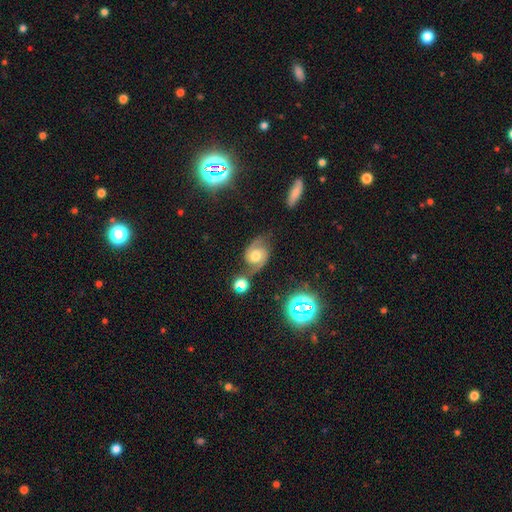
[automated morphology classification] smooth-or-featured: featured or disk: 73% | smooth: 15% | star or artifact: 12%
  disk-edge-on: no: 97% | yes: 3%
    bar: no: 65% | weak: 29% | strong: 6%
    has-spiral-arms: yes: 94% | no: 6%
      spiral-winding: medium: 52% | loose: 27% | tight: 21%
      spiral-arm-count: 2: 91% | can't tell: 4% | 1: 2% | 3: 1% | 4: 1% | more than 4: 1%
    bulge-size: moderate: 66% | large: 19% | small: 10% | none: 3% | dominant: 2%
  merging: none: 57% | minor disturbance: 19% | merger: 15% | major disturbance: 9%